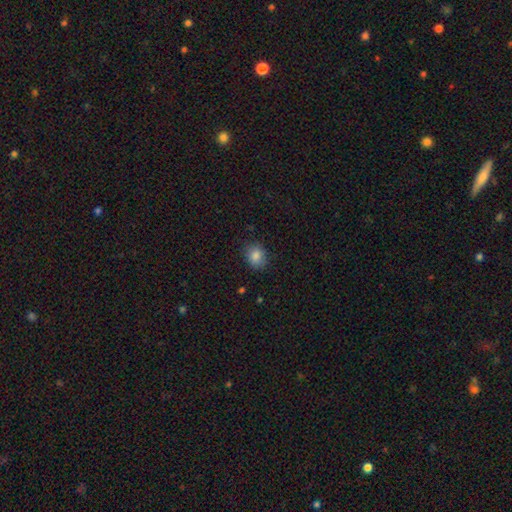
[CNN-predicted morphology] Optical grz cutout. It shows a smooth galaxy with no disk features (85%) that is round (55%). Merging: none (84%).